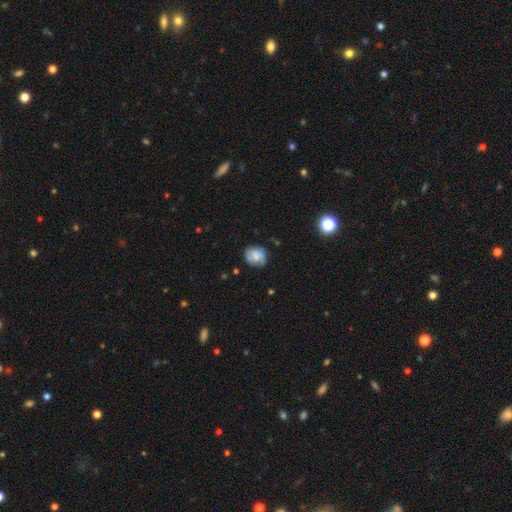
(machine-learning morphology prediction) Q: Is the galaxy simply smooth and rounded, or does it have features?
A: smooth — 55%.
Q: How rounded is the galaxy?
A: round — 71%.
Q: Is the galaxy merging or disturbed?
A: none — 73%.